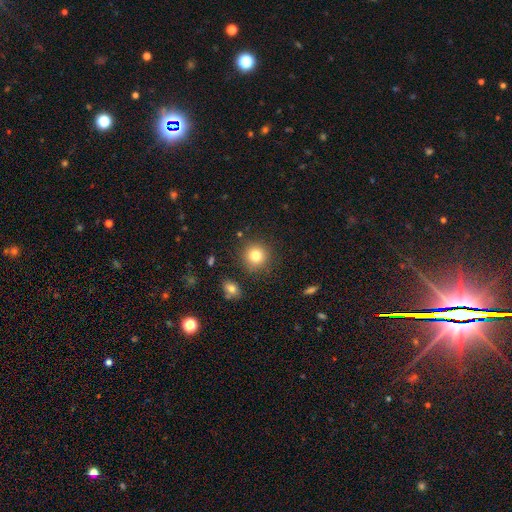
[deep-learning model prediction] The model was most divided on "smooth or featured": smooth: 80%, star or artifact: 12%, featured or disk: 8%. More confident: how rounded — round (93%); merging — none (87%).